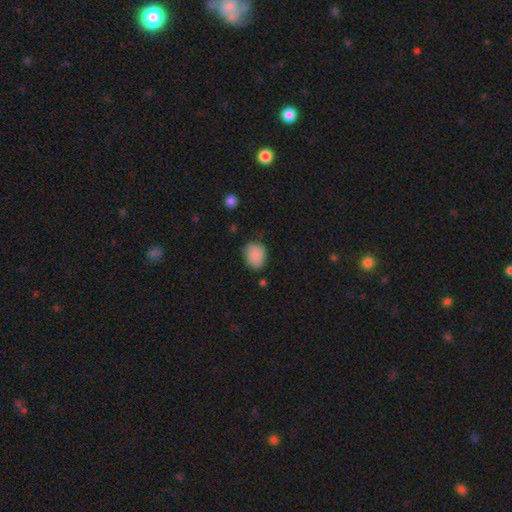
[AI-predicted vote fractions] smooth-or-featured: smooth: 87% | star or artifact: 8% | featured or disk: 5%
  how-rounded: in between: 53% | round: 46% | cigar-shaped: 1%
  merging: none: 70% | minor disturbance: 23% | major disturbance: 4% | merger: 2%